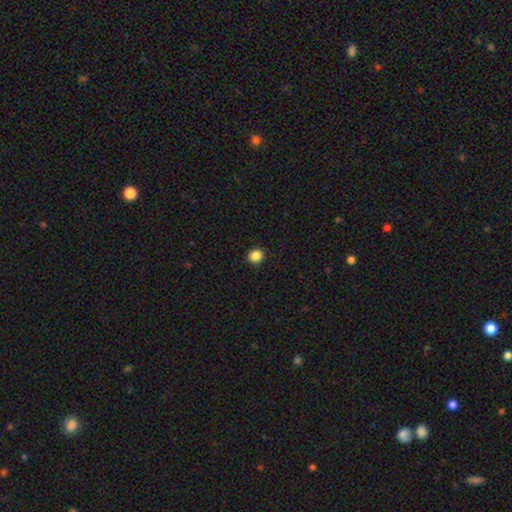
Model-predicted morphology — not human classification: The model was most divided on "how rounded": round: 84%, in between: 15%, cigar-shaped: 1%. More confident: merging — none (92%); smooth or featured — smooth (86%).